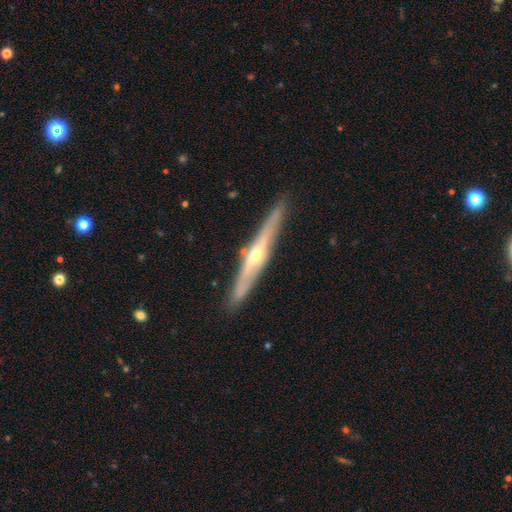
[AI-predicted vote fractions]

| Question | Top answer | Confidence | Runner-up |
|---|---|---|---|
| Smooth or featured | featured or disk | 75% | smooth (19%) |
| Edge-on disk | yes | 94% | no (6%) |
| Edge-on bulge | rounded | 82% | none (14%) |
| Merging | none | 88% | minor disturbance (9%) |